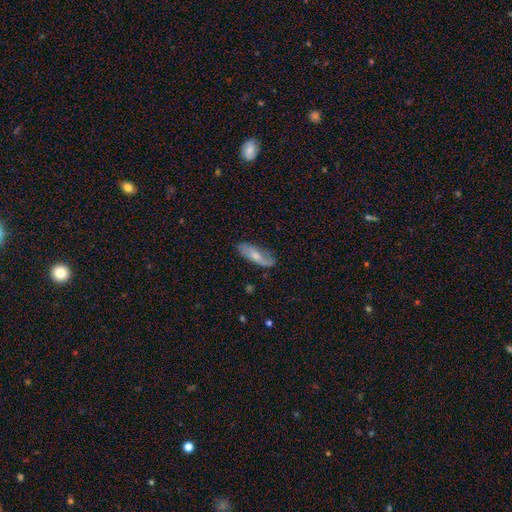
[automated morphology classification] This is possibly a smooth galaxy (55%). How rounded: likely in between (60%). Merging: likely none (78%).